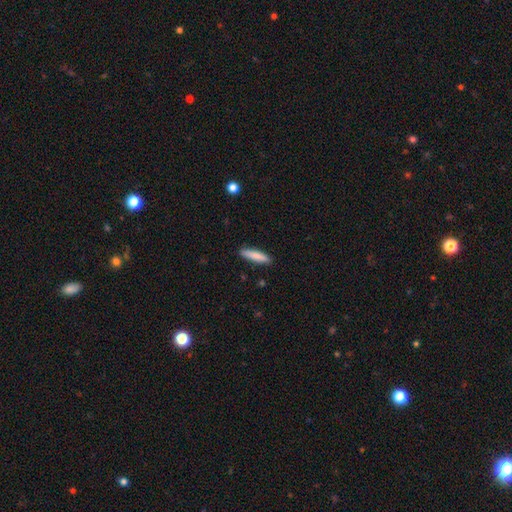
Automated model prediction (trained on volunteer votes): Morphology: type=smooth (83%); roundness=cigar-shaped (81%); merging=none (89%).